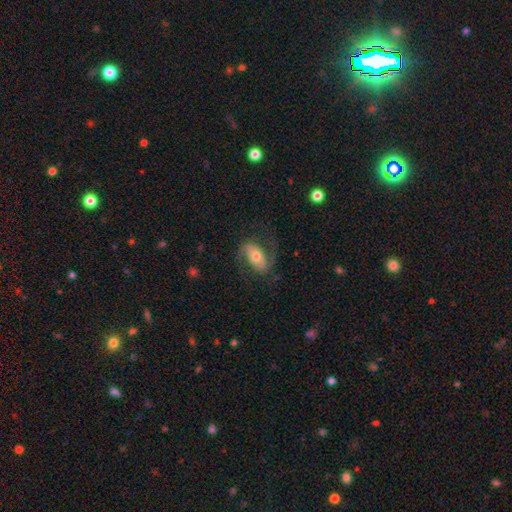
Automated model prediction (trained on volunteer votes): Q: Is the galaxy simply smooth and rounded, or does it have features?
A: featured or disk — 71%.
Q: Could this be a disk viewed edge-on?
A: no — 95%.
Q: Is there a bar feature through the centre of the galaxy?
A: no — 36%.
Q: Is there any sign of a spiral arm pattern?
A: yes — 90%.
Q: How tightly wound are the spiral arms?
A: medium — 46%.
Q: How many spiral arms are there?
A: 2 — 88%.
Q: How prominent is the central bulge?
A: moderate — 59%.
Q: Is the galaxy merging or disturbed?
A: none — 69%.